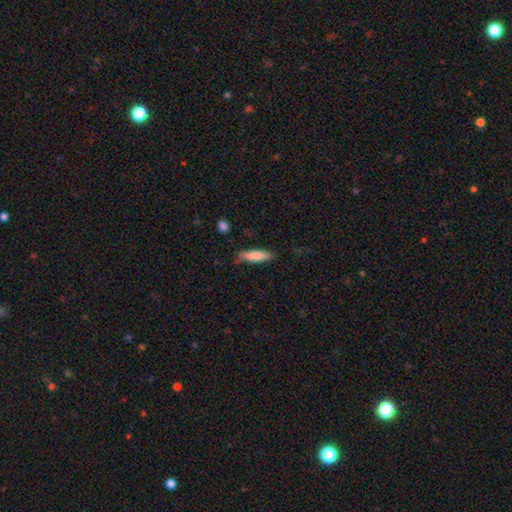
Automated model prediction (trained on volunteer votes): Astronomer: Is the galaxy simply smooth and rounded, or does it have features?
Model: smooth — 76%.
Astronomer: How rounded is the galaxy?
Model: cigar-shaped — 69%.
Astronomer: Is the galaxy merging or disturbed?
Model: none — 73%.